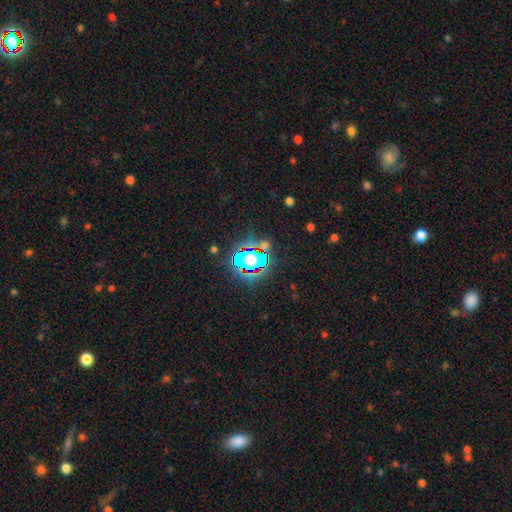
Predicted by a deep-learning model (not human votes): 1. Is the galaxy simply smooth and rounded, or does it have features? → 78% star or artifact, 13% smooth, 8% featured or disk.